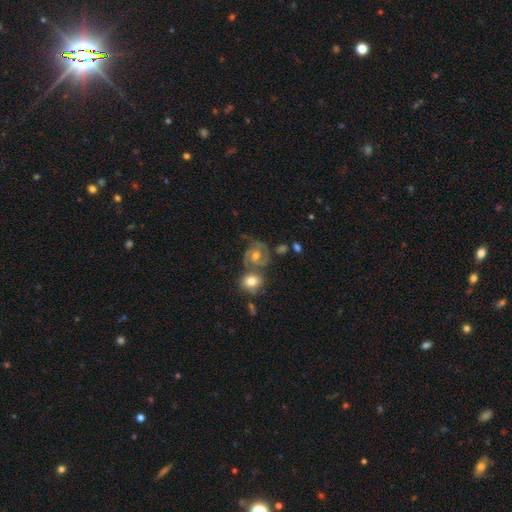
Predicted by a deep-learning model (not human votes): The model was most divided on "spiral winding" (2-way tie): medium: 45%, tight: 45%, loose: 10%. Remaining: edge-on disk — no (98%); spiral arms — yes (94%); smooth or featured — featured or disk (77%); bulge size — moderate (69%); spiral arm count — 2 (63%); bar — no (58%); merging — none (46%).